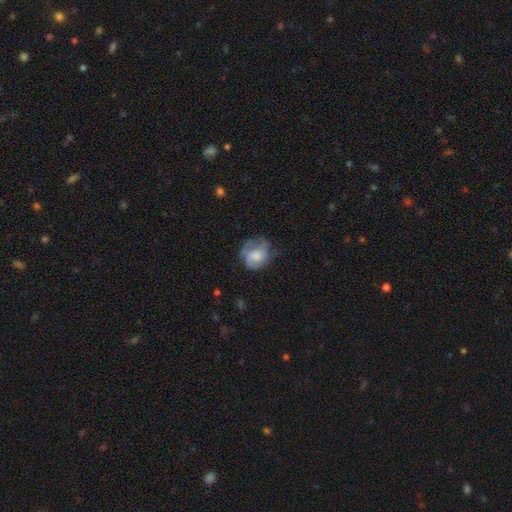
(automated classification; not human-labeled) smooth-or-featured: smooth: 55% | featured or disk: 37% | star or artifact: 8%
  how-rounded: round: 60% | in between: 39% | cigar-shaped: 1%
  merging: none: 43% | minor disturbance: 30% | major disturbance: 26% | merger: 2%